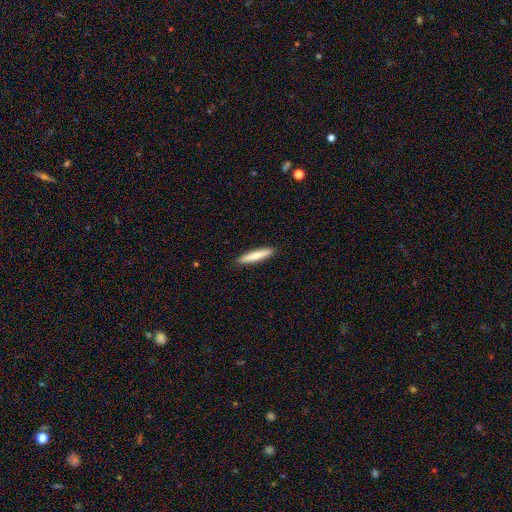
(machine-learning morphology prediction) Q: Smooth or featured?
A: smooth (74%); runner-up: featured or disk (21%)
Q: How rounded?
A: cigar-shaped (90%); runner-up: in between (9%)
Q: Merging?
A: none (92%); runner-up: minor disturbance (6%)